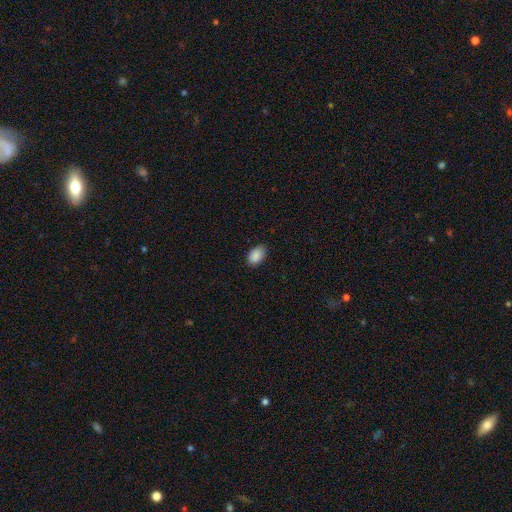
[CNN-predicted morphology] Smooth or featured? Predicted: smooth (p=0.90). How rounded? Predicted: in between (p=0.90). Merging? Predicted: none (p=0.83).